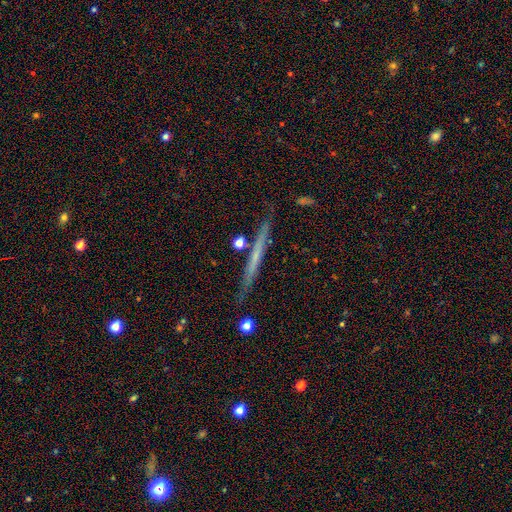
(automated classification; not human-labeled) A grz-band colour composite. It shows a featured or disk galaxy (52%) viewed edge-on (96%) with no central bulge (86%). Merging: none (87%).